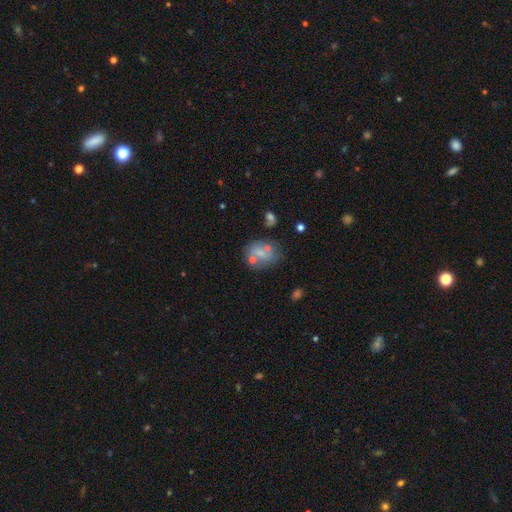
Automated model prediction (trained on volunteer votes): Smooth or featured? Predicted: smooth (p=0.55). How rounded? Predicted: in between (p=0.51). Merging? Predicted: none (p=0.46).